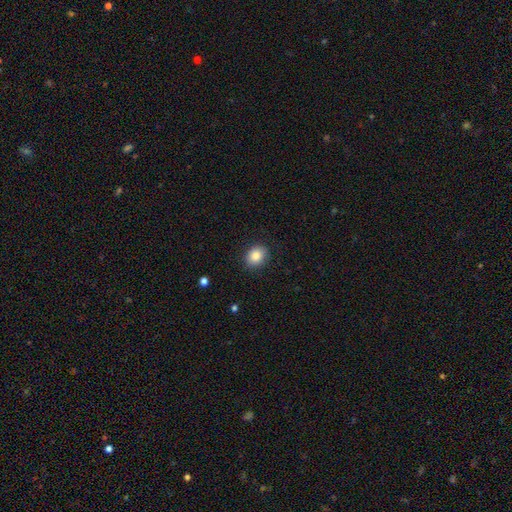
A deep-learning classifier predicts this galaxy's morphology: Overall: smooth (85%). How rounded: round (52%; in between 47%). Merging: none (86%).